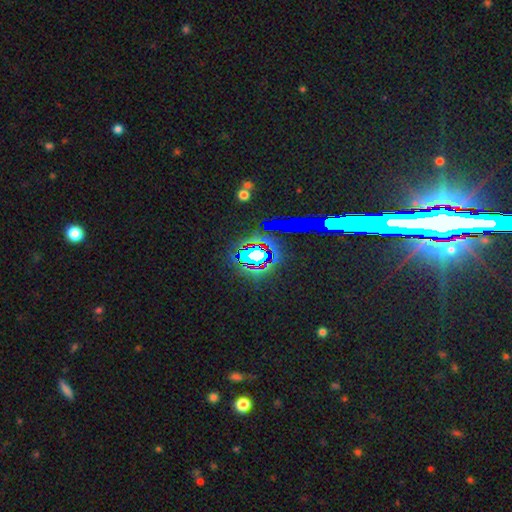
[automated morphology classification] star or artifact 66%, smooth 20%, featured or disk 14%.